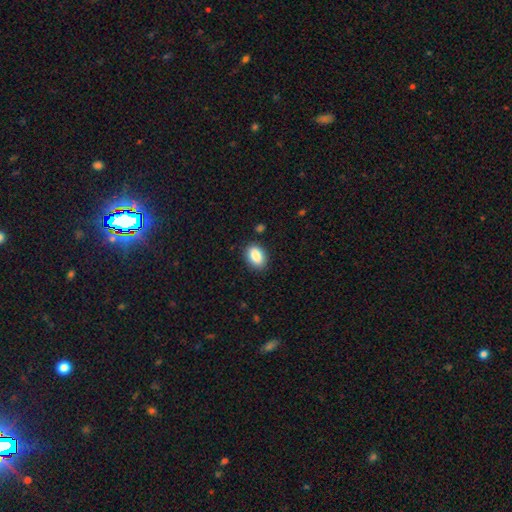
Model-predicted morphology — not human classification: A smooth galaxy with no disk features (88%) that is in between round and cigar-shaped (85%). Merging: none (87%).